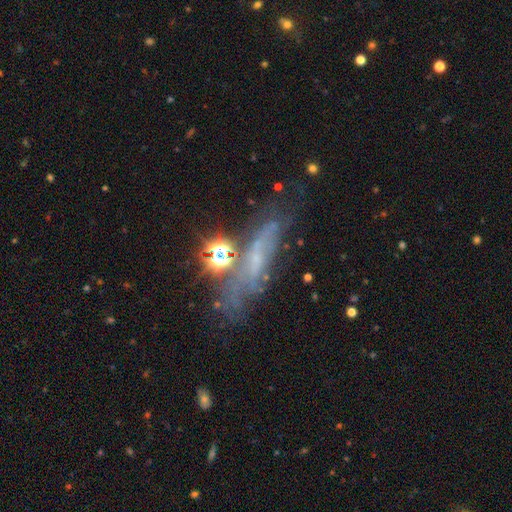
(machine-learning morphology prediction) Overall: featured or disk (51%; smooth 25%). Edge-on disk: no (55%; yes 45%). Merging: none (54%; minor disturbance 21%).